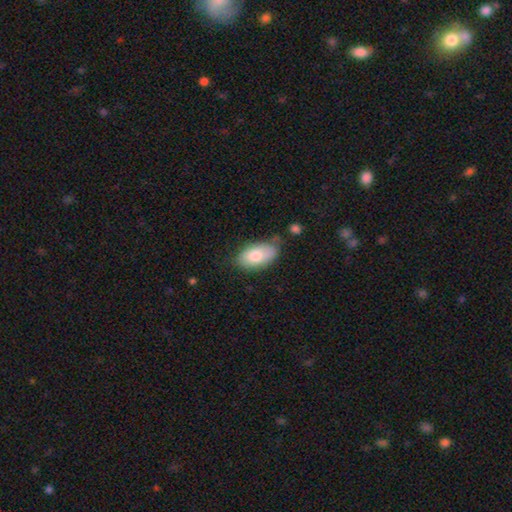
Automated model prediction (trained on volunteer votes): A smooth galaxy with no disk features (78%) that is in between round and cigar-shaped (94%).

Vote fractions:
- Smooth or featured? smooth: 78% / featured or disk: 16% / star or artifact: 6%
- How rounded? in between: 94% / round: 4% / cigar-shaped: 2%
- Merging? none: 63% / minor disturbance: 26% / major disturbance: 6% / merger: 5%